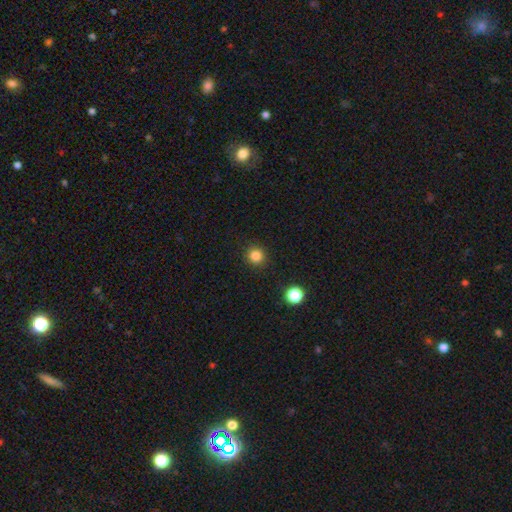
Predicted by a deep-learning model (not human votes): Smooth or featured? smooth (83%)
How rounded? round (94%)
Merging? none (92%)